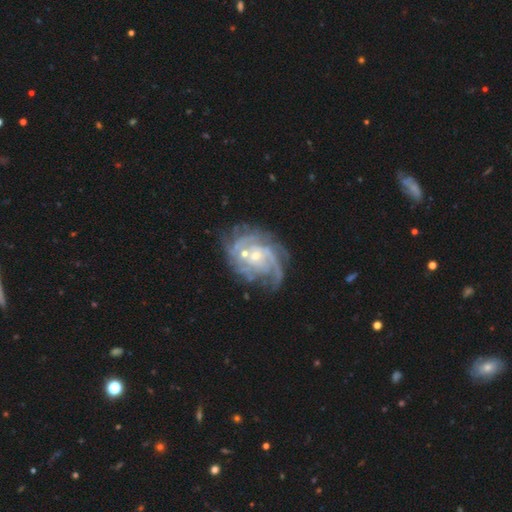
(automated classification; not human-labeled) The model was most divided on "spiral arm count": can't tell: 33%, 3: 19%, 4: 17%, 2: 14%, more than 4: 11%, 1: 7%. More confident: edge-on disk — no (98%); spiral arms — yes (94%); smooth or featured — featured or disk (86%); bar — no (69%); bulge size — small (65%); merging — none (56%); spiral winding — tight (55%).